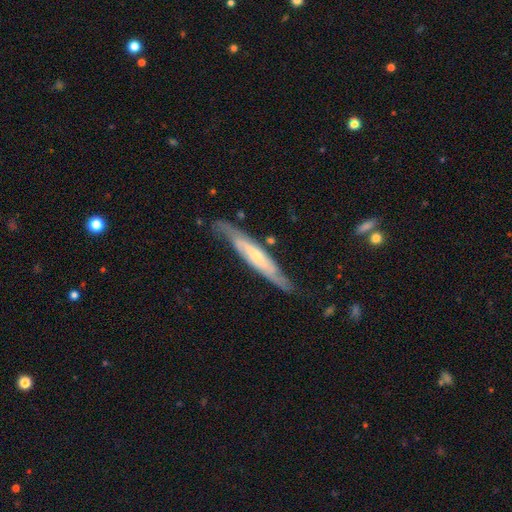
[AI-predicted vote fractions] featured or disk 69%, smooth 25%, star or artifact 5%. Down the decision tree: edge-on disk — yes (62%); merging — none (74%).